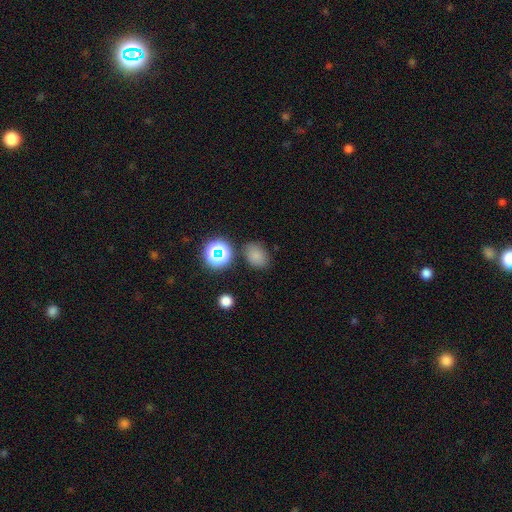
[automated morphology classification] Smooth or featured?
  - smooth: 75% *
  - star or artifact: 18%
  - featured or disk: 7%
How rounded?
  - in between: 65% *
  - round: 34%
  - cigar-shaped: 1%
Merging?
  - none: 76% *
  - minor disturbance: 14%
  - merger: 5%
  - major disturbance: 4%